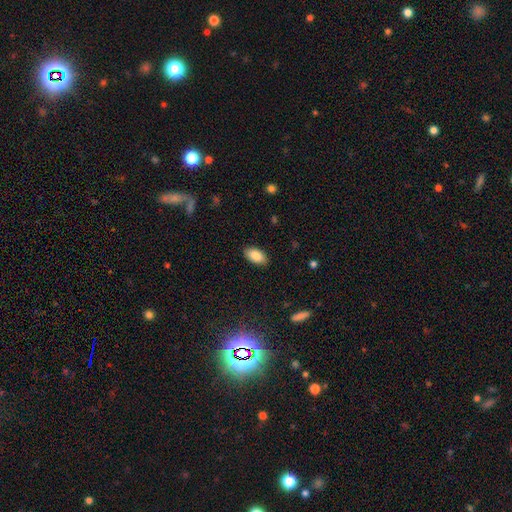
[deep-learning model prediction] Morphology: type=smooth (86%); roundness=in between (94%); merging=none (88%).